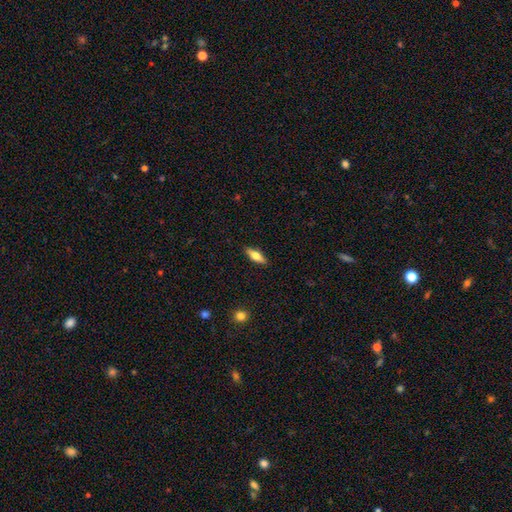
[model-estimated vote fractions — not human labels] Q: Smooth or featured?
A: smooth (60%); runner-up: featured or disk (34%)
Q: How rounded?
A: in between (56%); runner-up: cigar-shaped (42%)
Q: Merging?
A: none (89%); runner-up: minor disturbance (8%)